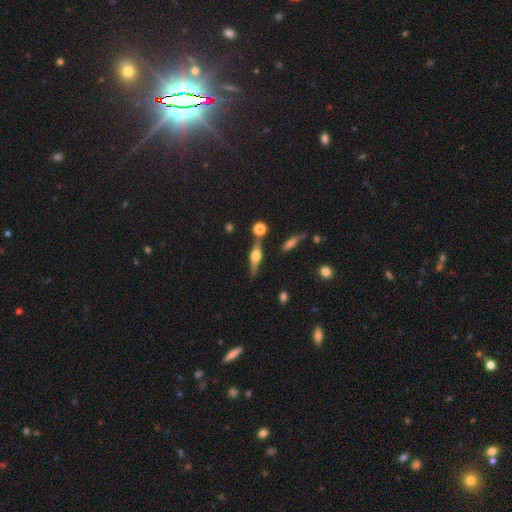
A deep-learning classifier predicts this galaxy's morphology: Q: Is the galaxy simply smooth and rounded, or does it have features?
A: featured or disk — 72%.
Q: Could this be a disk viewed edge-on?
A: yes — 96%.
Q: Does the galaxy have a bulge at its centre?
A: rounded — 91%.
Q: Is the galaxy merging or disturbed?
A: none — 75%.